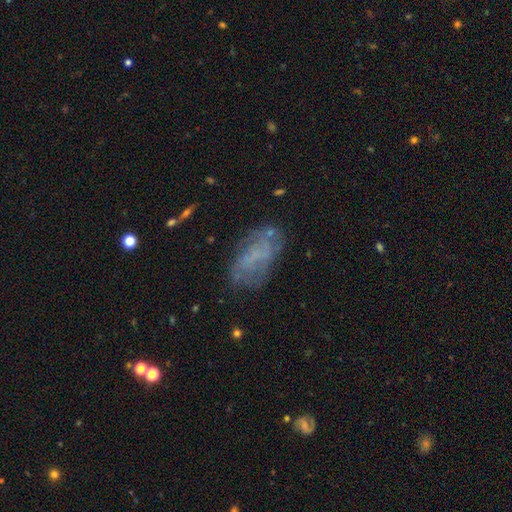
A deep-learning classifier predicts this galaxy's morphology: type=featured or disk (46%); merging=none (60%).